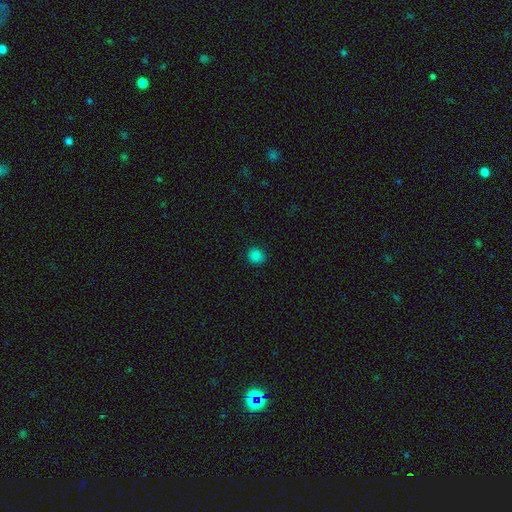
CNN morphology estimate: smooth_or_featured: smooth (p=0.83) [alt: star or artifact p=0.15]
how_rounded: round (p=0.86) [alt: in between p=0.13]
merging: none (p=0.87) [alt: minor disturbance p=0.10]